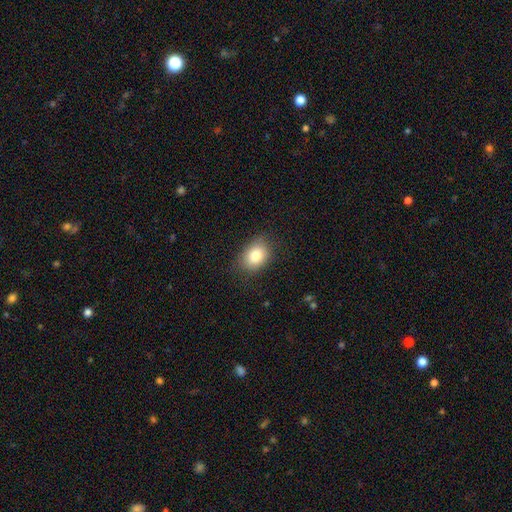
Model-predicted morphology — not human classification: This is clearly a smooth galaxy (82%). How rounded: likely in between (72%). Merging: likely none (79%).